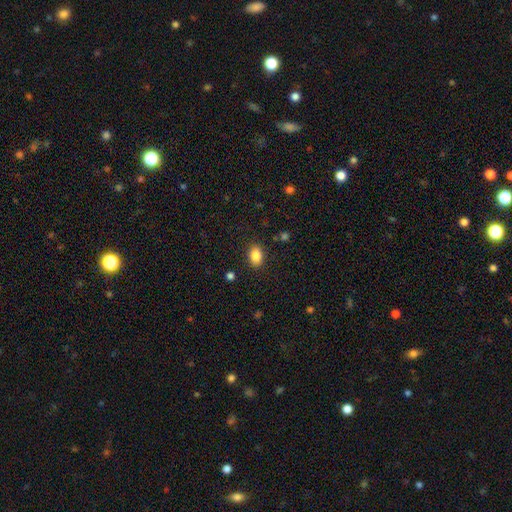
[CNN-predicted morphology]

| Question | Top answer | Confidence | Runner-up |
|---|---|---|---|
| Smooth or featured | smooth | 85% | star or artifact (9%) |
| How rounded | in between | 80% | round (19%) |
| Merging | none | 87% | minor disturbance (9%) |